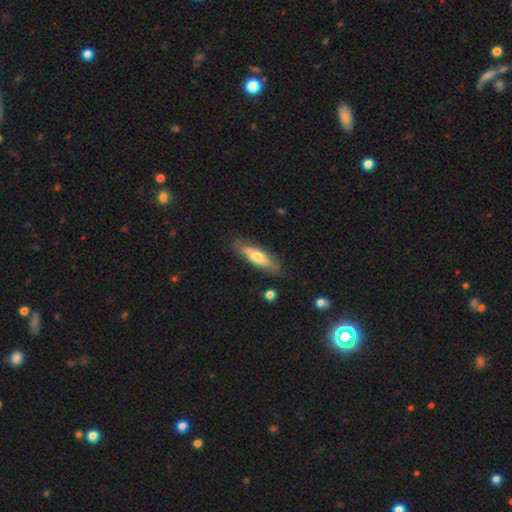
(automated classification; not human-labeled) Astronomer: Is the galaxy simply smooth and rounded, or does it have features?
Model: smooth — 49% (runner-up: featured or disk, 45%).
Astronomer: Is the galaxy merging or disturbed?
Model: none — 82%.